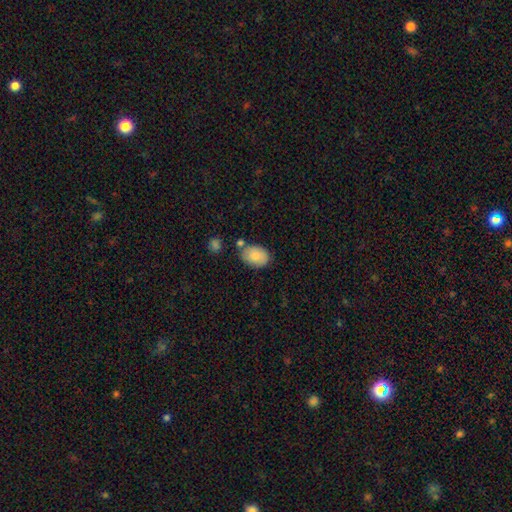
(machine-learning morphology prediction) Overall: smooth (83%). How rounded: in between (82%). Merging: none (70%).